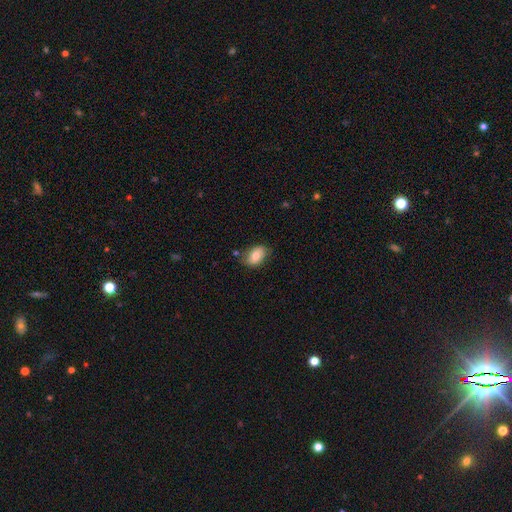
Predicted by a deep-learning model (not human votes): smooth 76%, featured or disk 17%, star or artifact 8%. Down the decision tree: how rounded — in between (84%); merging — none (74%).